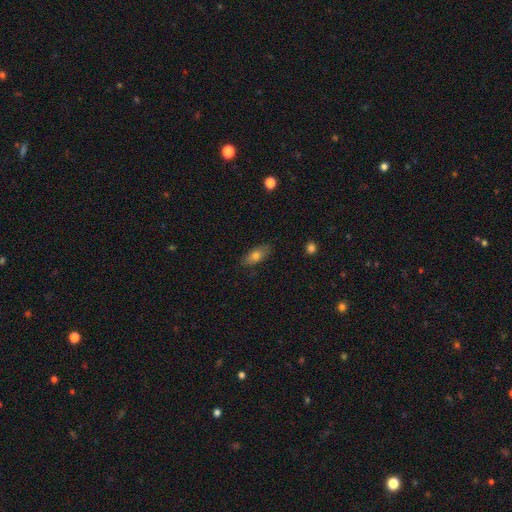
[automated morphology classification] This appears to be a smooth galaxy with no disk features (72%) that is in between round and cigar-shaped (81%). Merging: none (83%).